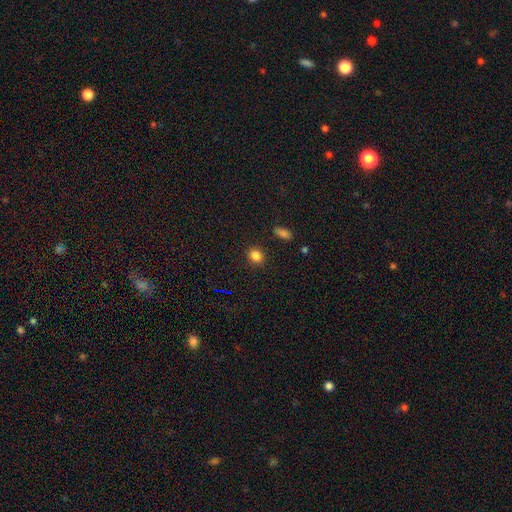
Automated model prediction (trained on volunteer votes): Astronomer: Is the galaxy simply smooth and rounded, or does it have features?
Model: smooth — 83%.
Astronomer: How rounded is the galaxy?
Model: round — 56% (runner-up: in between, 42%).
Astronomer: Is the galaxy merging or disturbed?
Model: none — 87%.